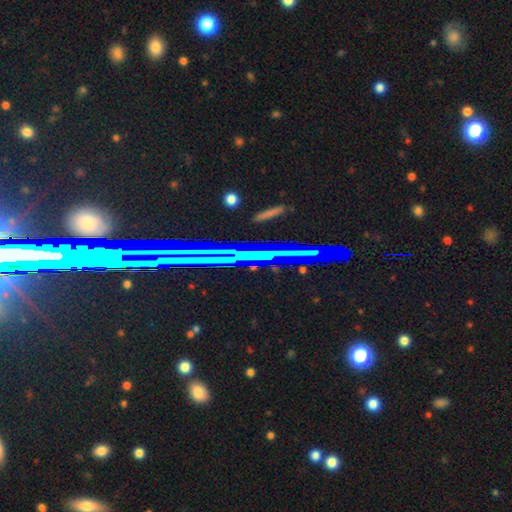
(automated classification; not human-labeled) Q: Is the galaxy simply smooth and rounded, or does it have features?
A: star or artifact — 65%.